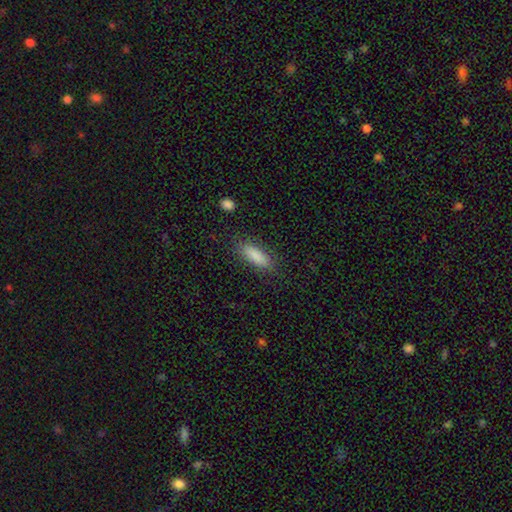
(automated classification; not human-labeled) Smooth or featured? smooth (86%)
How rounded? in between (61%)
Merging? none (82%)